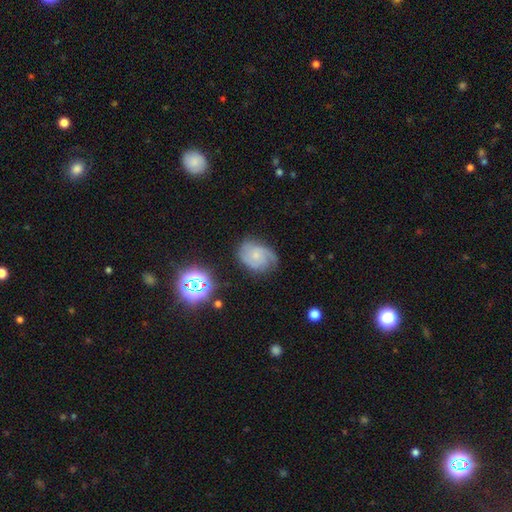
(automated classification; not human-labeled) Smooth or featured: featured or disk — 64% (smooth — 25%)
Edge-on disk: no — 97% (yes — 3%)
Bar: no — 72% (weak — 25%)
Spiral arms: yes — 92% (no — 8%)
Spiral winding: medium — 42% (tied with tight — 42%)
Spiral arm count: 2 — 34% (can't tell — 26%)
Bulge size: small — 60% (moderate — 23%)
Merging: none — 66% (minor disturbance — 23%)